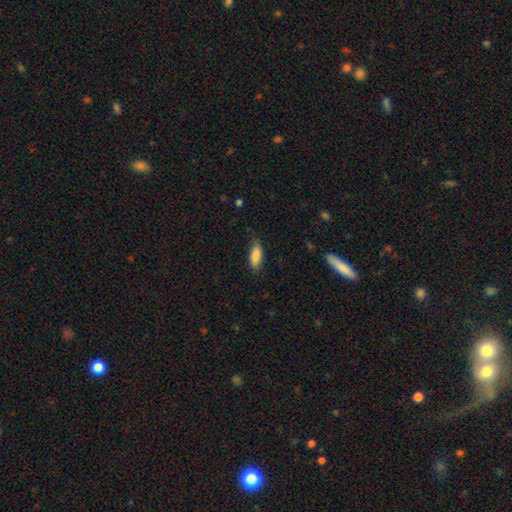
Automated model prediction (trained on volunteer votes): smooth_or_featured: smooth (p=0.85) [alt: featured or disk p=0.09]
how_rounded: in between (p=0.73) [alt: cigar-shaped p=0.25]
merging: none (p=0.67) [alt: minor disturbance p=0.26]